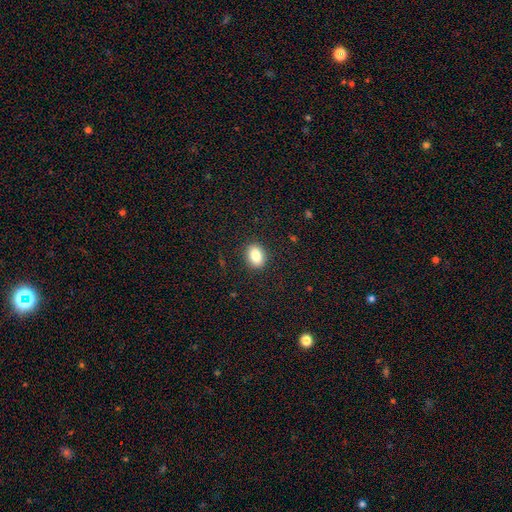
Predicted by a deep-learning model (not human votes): Smooth or featured?
  - smooth: 85% *
  - star or artifact: 9%
  - featured or disk: 7%
How rounded?
  - in between: 69% *
  - round: 30%
  - cigar-shaped: 1%
Merging?
  - none: 89% *
  - minor disturbance: 8%
  - major disturbance: 2%
  - merger: 1%